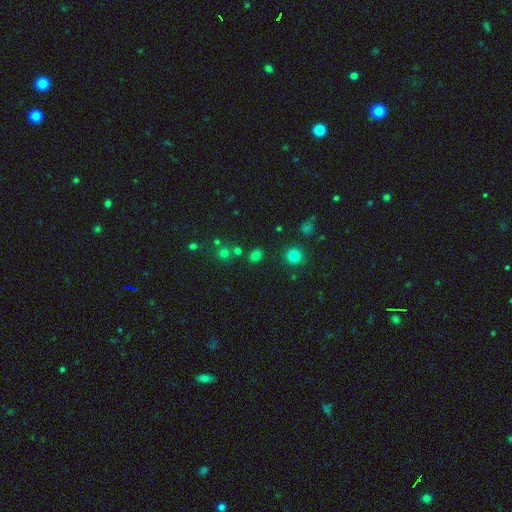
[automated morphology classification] smooth-or-featured: smooth: 72% | star or artifact: 22% | featured or disk: 6%
  how-rounded: round: 59% | in between: 39% | cigar-shaped: 1%
  merging: none: 78% | minor disturbance: 10% | merger: 8% | major disturbance: 4%